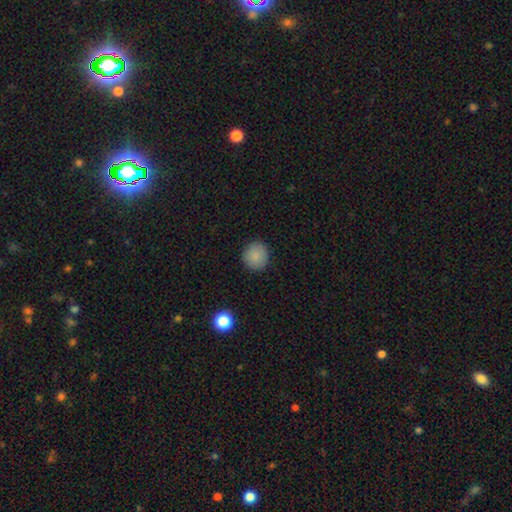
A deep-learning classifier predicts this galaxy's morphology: A smooth galaxy with no disk features (86%) that is round (90%).

Vote fractions:
- Smooth or featured? smooth: 86% / star or artifact: 10% / featured or disk: 4%
- How rounded? round: 90% / in between: 9% / cigar-shaped: 1%
- Merging? none: 89% / minor disturbance: 7% / major disturbance: 2% / merger: 1%